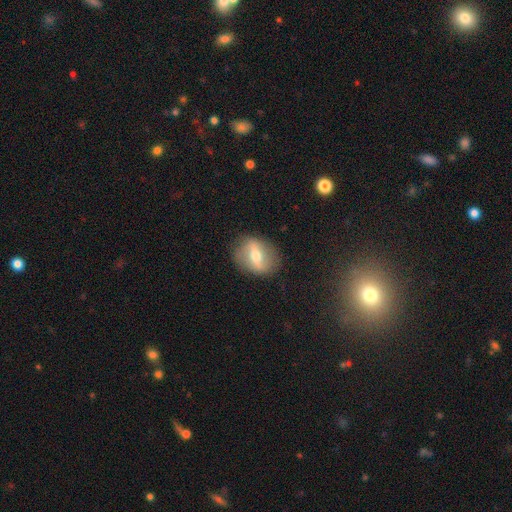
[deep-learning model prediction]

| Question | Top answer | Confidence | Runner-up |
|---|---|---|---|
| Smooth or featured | featured or disk | 58% | smooth (34%) |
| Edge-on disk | no | 83% | yes (17%) |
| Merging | none | 83% | minor disturbance (12%) |